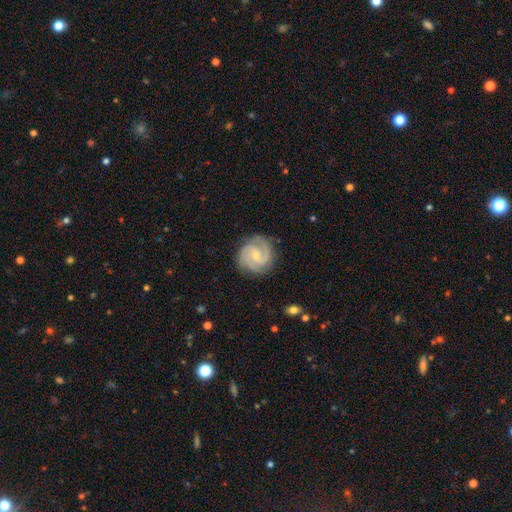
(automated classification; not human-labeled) Smooth or featured? Predicted: featured or disk (p=0.88). Edge-on disk? Predicted: no (p=0.98). Bar? Predicted: weak (p=0.47). Spiral arms? Predicted: yes (p=0.98). Spiral winding? Predicted: tight (p=0.50). Spiral arm count? Predicted: 2 (p=0.55). Bulge size? Predicted: small (p=0.68). Merging? Predicted: none (p=0.82).